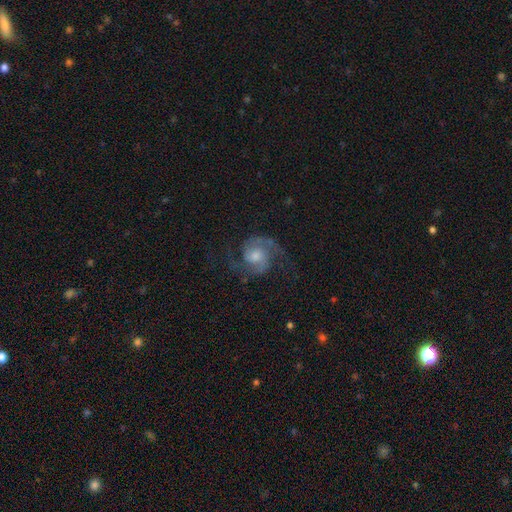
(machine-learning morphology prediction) Smooth or featured? Predicted: featured or disk (p=0.88). Edge-on disk? Predicted: no (p=0.98). Bar? Predicted: no (p=0.64). Spiral arms? Predicted: yes (p=0.98). Spiral winding? Predicted: medium (p=0.57). Spiral arm count? Predicted: 2 (p=0.92). Bulge size? Predicted: moderate (p=0.54). Merging? Predicted: none (p=0.75).